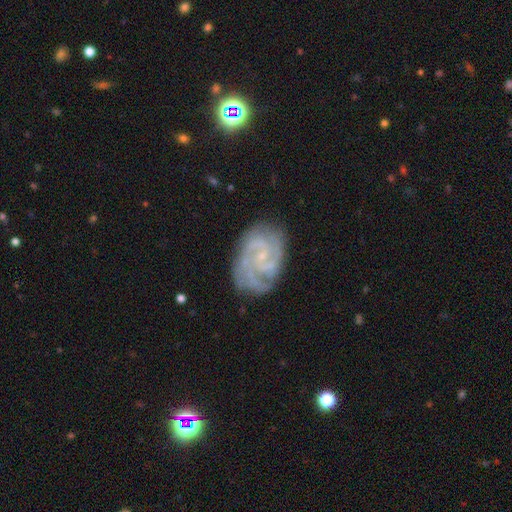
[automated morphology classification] Smooth or featured: featured or disk — 79% (star or artifact — 10%)
Edge-on disk: no — 97% (yes — 3%)
Bar: no — 56% (weak — 35%)
Spiral arms: yes — 96% (no — 4%)
Spiral winding: tight — 61% (medium — 32%)
Spiral arm count: 3 — 26% (can't tell — 24%)
Bulge size: small — 75% (moderate — 13%)
Merging: none — 75% (minor disturbance — 17%)